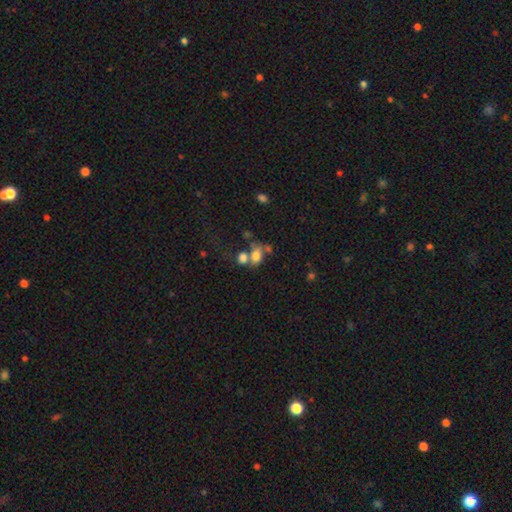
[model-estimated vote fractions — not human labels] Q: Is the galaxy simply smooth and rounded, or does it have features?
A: smooth — 72%.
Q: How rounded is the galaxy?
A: in between — 66%.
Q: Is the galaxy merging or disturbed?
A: merger — 48%.